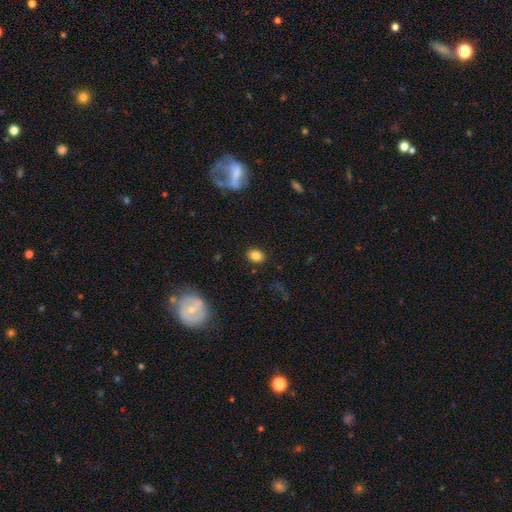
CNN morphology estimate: Q: Smooth or featured?
A: smooth (84%); runner-up: star or artifact (10%)
Q: How rounded?
A: in between (54%); runner-up: round (45%)
Q: Merging?
A: none (88%); runner-up: minor disturbance (8%)